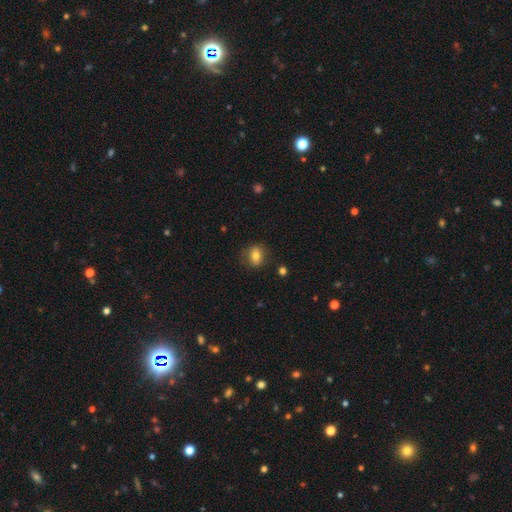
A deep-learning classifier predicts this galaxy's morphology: smooth 74%, featured or disk 17%, star or artifact 10%. Down the decision tree: how rounded — round (51%); merging — none (81%).